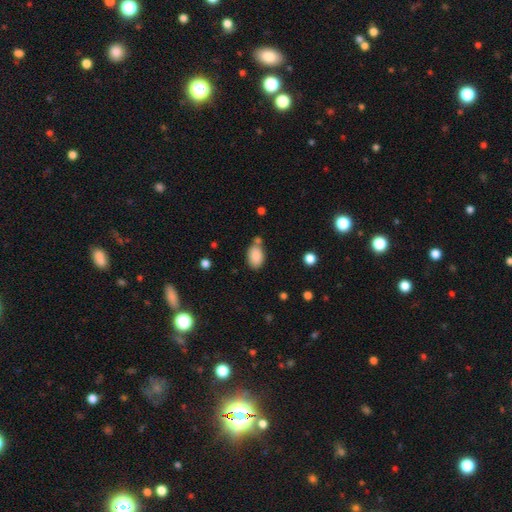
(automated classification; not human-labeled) Smooth or featured? smooth (88%)
How rounded? in between (88%)
Merging? none (65%)